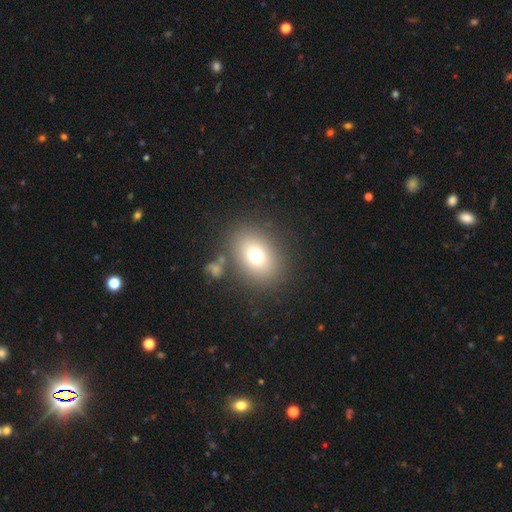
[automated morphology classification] smooth_or_featured: smooth (p=0.73) [alt: featured or disk p=0.14]
how_rounded: in between (p=0.64) [alt: round p=0.34]
merging: none (p=0.80) [alt: minor disturbance p=0.10]